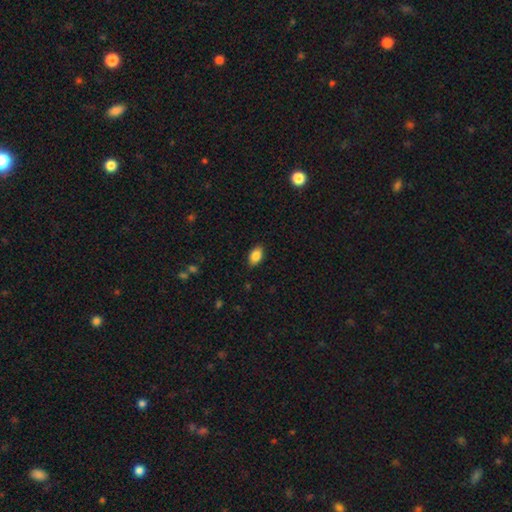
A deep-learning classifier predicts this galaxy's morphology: A smooth galaxy with no disk features (85%) that is in between round and cigar-shaped (90%).

Vote fractions:
- Smooth or featured? smooth: 85% / star or artifact: 8% / featured or disk: 7%
- How rounded? in between: 90% / round: 8% / cigar-shaped: 3%
- Merging? none: 86% / minor disturbance: 11% / major disturbance: 2% / merger: 1%